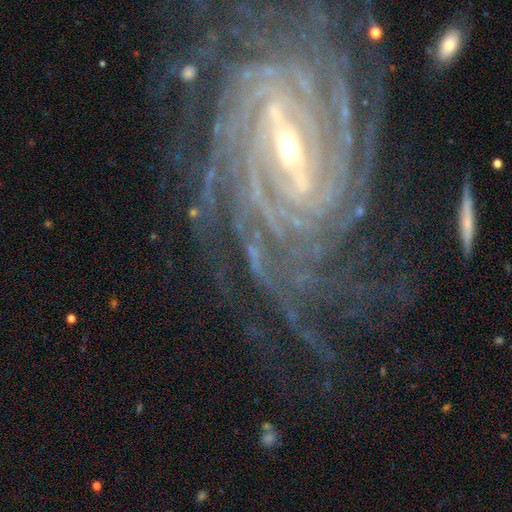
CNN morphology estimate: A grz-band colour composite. It shows a featured or disk galaxy (86%) with a strong bar (46%), more than 4 (25%) tight (73%) spiral arms (97%) and a small central bulge (66%). Merging: none (68%).